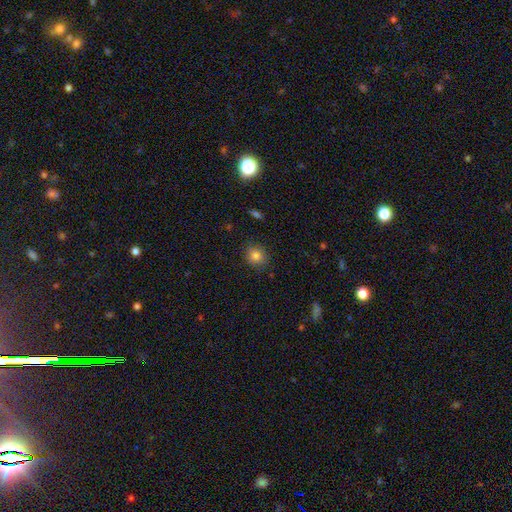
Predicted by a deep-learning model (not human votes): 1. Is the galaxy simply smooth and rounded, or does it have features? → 81% smooth, 12% star or artifact, 7% featured or disk.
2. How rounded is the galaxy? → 81% round, 18% in between, 1% cigar-shaped.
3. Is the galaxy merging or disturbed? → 86% none, 10% minor disturbance, 3% major disturbance, 1% merger.